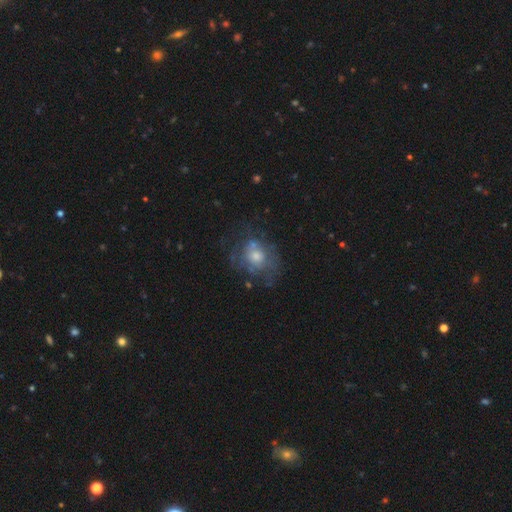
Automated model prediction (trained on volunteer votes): Q: Smooth or featured?
A: featured or disk (51%); runner-up: smooth (35%)
Q: Edge-on disk?
A: no (96%); runner-up: yes (4%)
Q: Merging?
A: none (57%); runner-up: minor disturbance (21%)